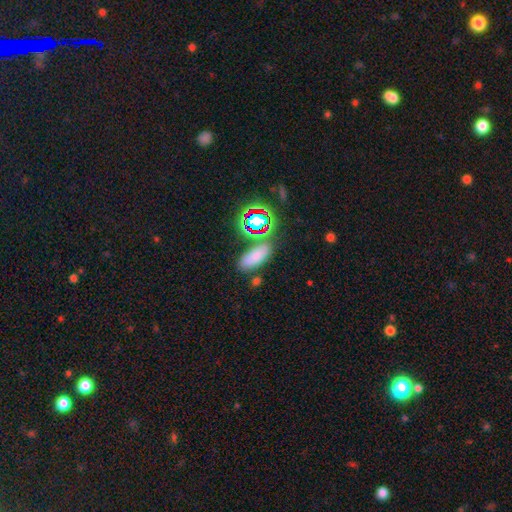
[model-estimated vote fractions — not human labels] Smooth or featured? Predicted: smooth (p=0.70). How rounded? Predicted: in between (p=0.79). Merging? Predicted: none (p=0.70).